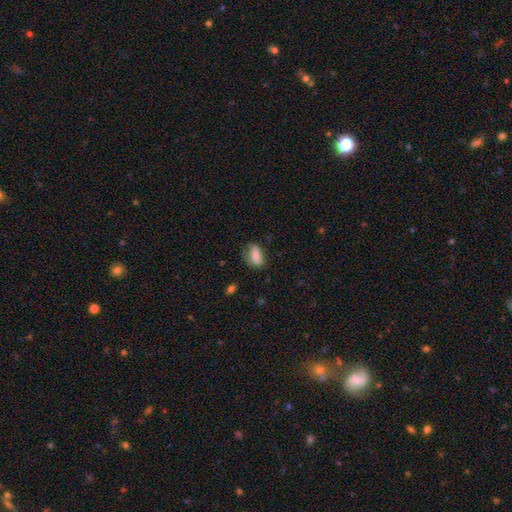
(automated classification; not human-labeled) Smooth or featured? smooth (73%)
How rounded? in between (83%)
Merging? none (59%)